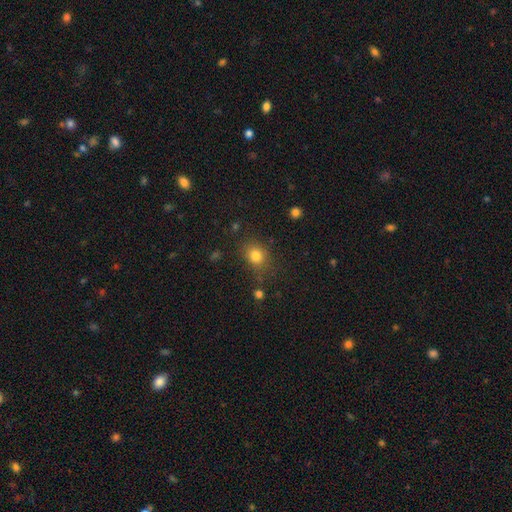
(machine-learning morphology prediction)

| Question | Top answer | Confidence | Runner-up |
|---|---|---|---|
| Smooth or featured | smooth | 80% | star or artifact (13%) |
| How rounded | round | 59% | in between (40%) |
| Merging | none | 75% | minor disturbance (15%) |